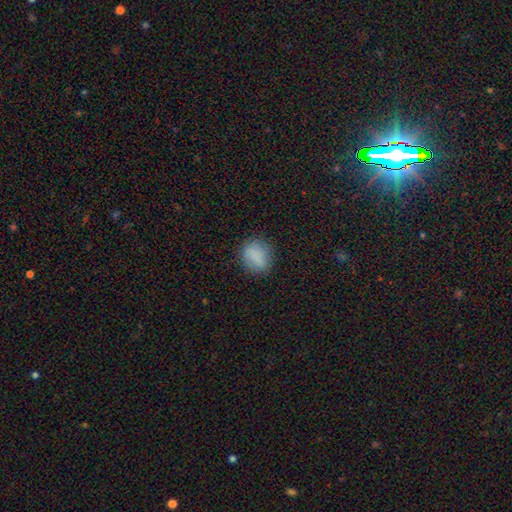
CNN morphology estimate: type=smooth (84%); roundness=round (56%); merging=none (81%).